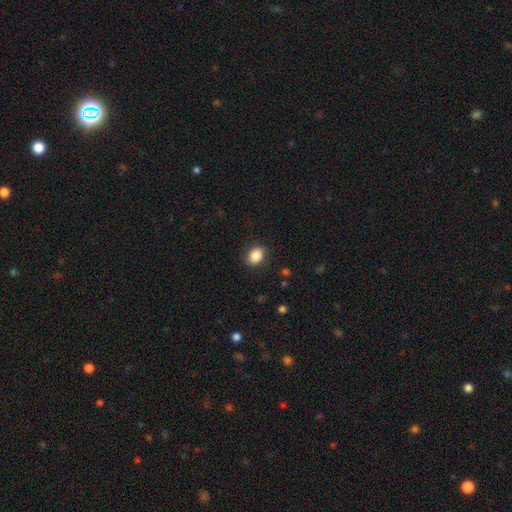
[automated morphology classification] This appears to be a smooth galaxy with no disk features (87%) that is in between round and cigar-shaped (64%). Merging: none (88%).